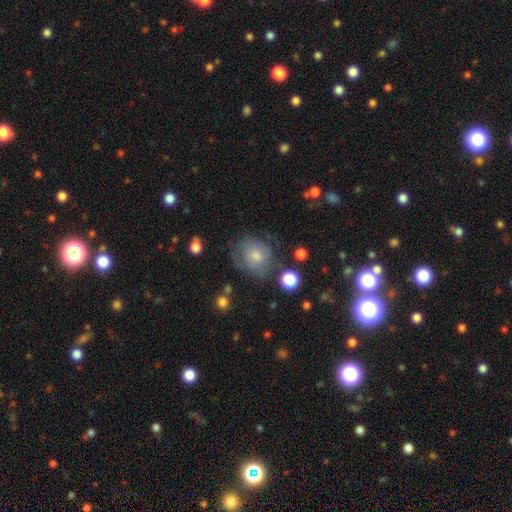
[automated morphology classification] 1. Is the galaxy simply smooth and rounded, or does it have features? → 67% smooth, 24% featured or disk, 9% star or artifact.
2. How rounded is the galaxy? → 75% round, 24% in between, 1% cigar-shaped.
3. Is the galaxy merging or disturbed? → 52% none, 27% minor disturbance, 18% major disturbance, 4% merger.